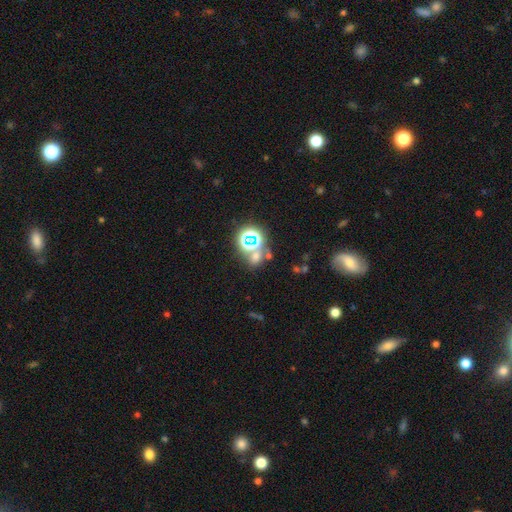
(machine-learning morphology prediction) smooth-or-featured: star or artifact: 48% | smooth: 43% | featured or disk: 10%